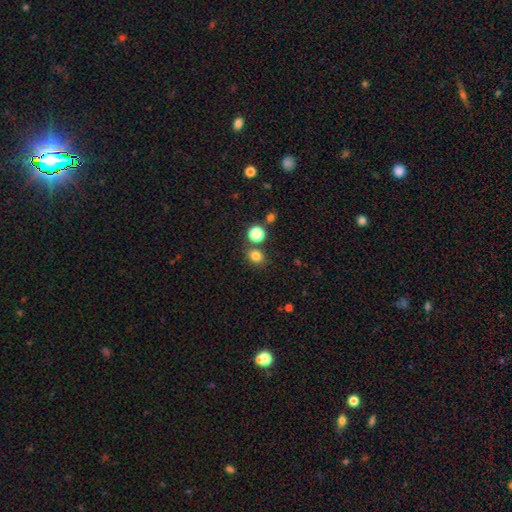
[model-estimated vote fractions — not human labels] Smooth or featured: smooth — 80% (star or artifact — 15%)
How rounded: round — 62% (in between — 37%)
Merging: none — 76% (merger — 11%)